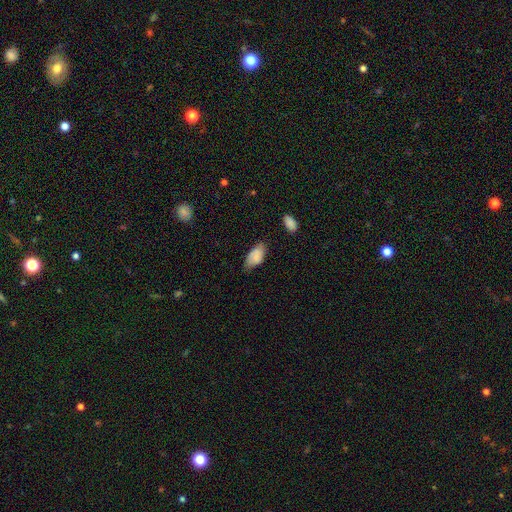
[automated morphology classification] Smooth or featured? Predicted: smooth (p=0.81). How rounded? Predicted: in between (p=0.93). Merging? Predicted: none (p=0.61).